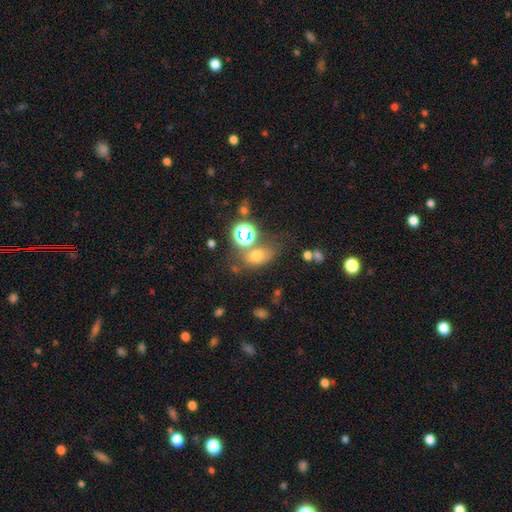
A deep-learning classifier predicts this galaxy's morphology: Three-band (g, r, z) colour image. It shows a smooth galaxy with no disk features (64%) that is in between round and cigar-shaped (69%). Merging: none (52%).